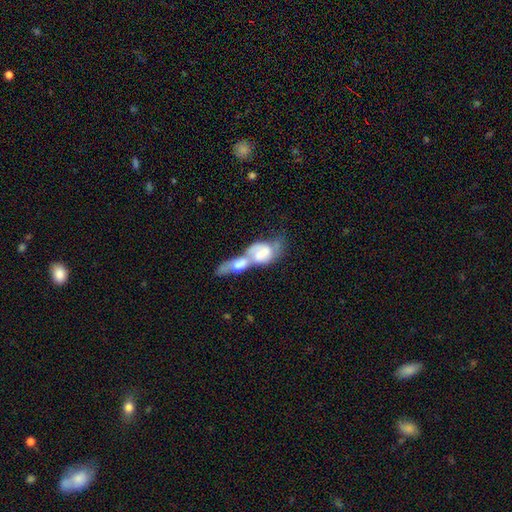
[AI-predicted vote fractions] featured or disk 48%, smooth 40%, star or artifact 12%. Down the decision tree: merging — merger (75%).